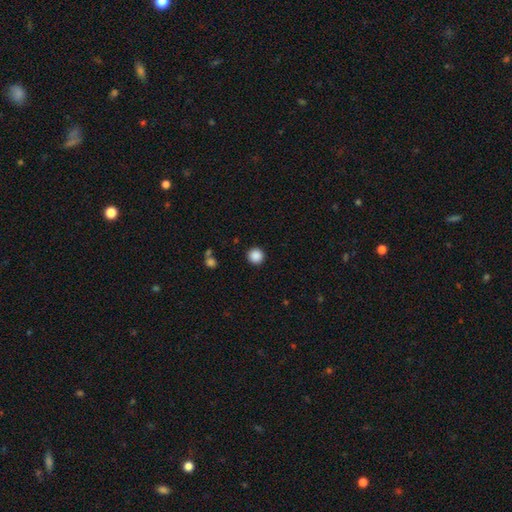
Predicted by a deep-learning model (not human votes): A smooth galaxy with no disk features (88%) that is round (96%).

Vote fractions:
- Smooth or featured? smooth: 88% / star or artifact: 10% / featured or disk: 2%
- How rounded? round: 96% / in between: 3% / cigar-shaped: 1%
- Merging? none: 92% / minor disturbance: 5% / major disturbance: 2% / merger: 2%